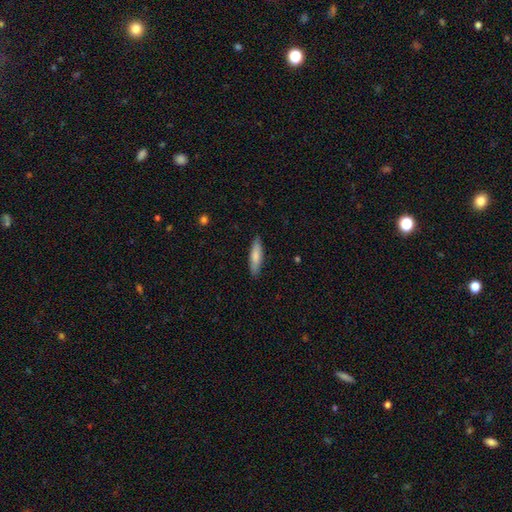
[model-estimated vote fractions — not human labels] Smooth or featured?
  - smooth: 78% *
  - featured or disk: 16%
  - star or artifact: 5%
How rounded?
  - cigar-shaped: 69% *
  - in between: 30%
  - round: 2%
Merging?
  - none: 88% *
  - minor disturbance: 9%
  - major disturbance: 2%
  - merger: 1%